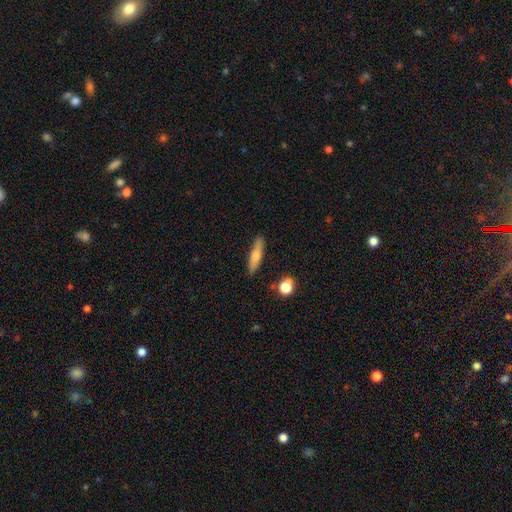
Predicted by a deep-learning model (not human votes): The model was most divided on "smooth or featured": smooth: 67%, featured or disk: 26%, star or artifact: 7%. More confident: merging — none (85%); how rounded — cigar-shaped (75%).